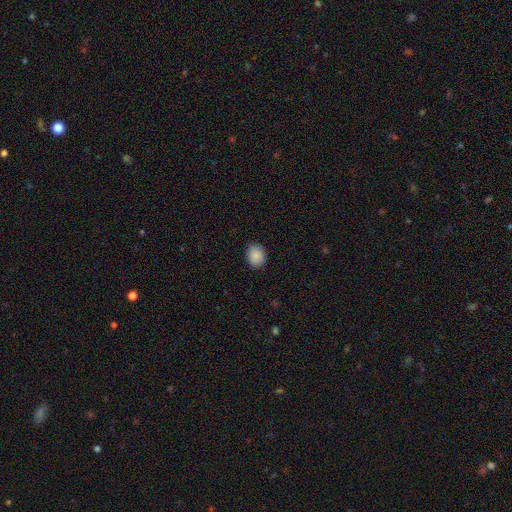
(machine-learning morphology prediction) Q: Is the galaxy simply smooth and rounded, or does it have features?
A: smooth — 89%.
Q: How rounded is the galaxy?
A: round — 53%.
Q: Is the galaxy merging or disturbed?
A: none — 86%.